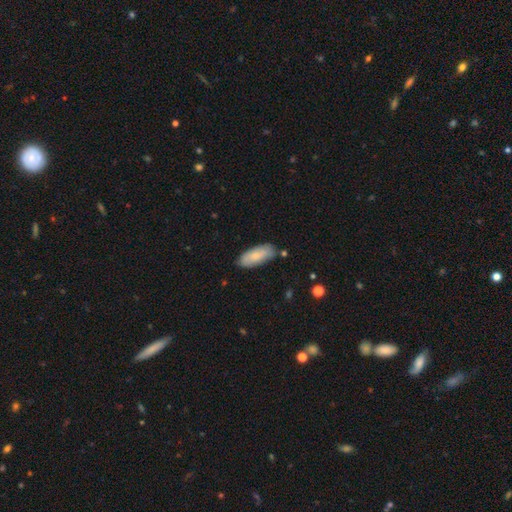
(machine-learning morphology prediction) Q: Smooth or featured?
A: smooth (76%); runner-up: featured or disk (18%)
Q: How rounded?
A: in between (80%); runner-up: cigar-shaped (18%)
Q: Merging?
A: none (79%); runner-up: minor disturbance (15%)